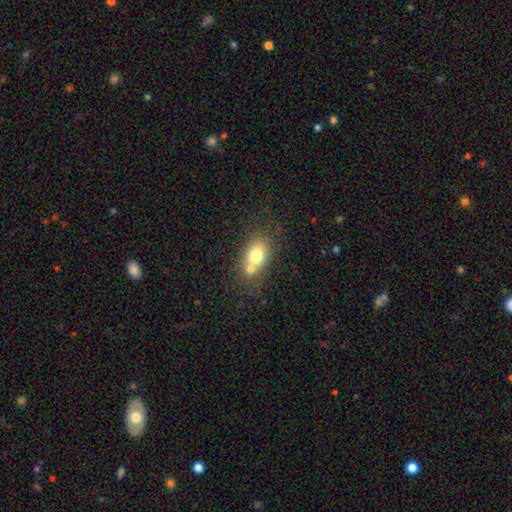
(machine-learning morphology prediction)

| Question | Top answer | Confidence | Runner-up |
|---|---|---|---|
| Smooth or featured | smooth | 71% | featured or disk (19%) |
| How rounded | in between | 65% | round (33%) |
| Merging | merger | 46% | none (40%) |